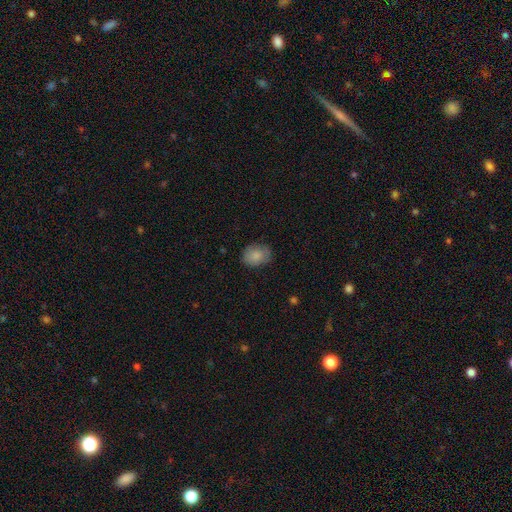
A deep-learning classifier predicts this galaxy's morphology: The model was most divided on "how rounded": in between: 58%, round: 41%, cigar-shaped: 1%. More confident: smooth or featured — smooth (85%); merging — none (79%).